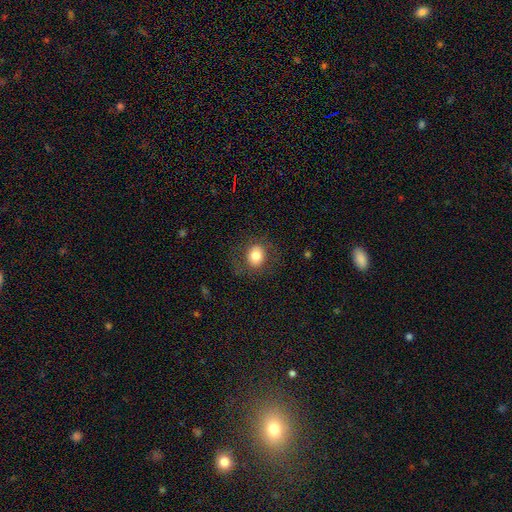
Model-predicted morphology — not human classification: The model was most divided on "how rounded": round: 66%, in between: 33%, cigar-shaped: 1%. More confident: merging — none (79%); smooth or featured — smooth (78%).